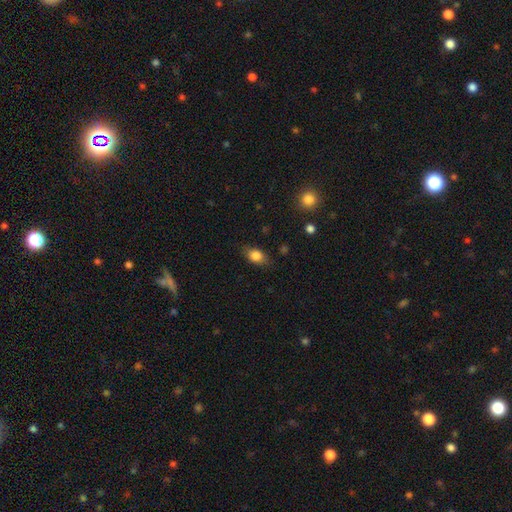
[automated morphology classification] This is clearly a smooth galaxy (81%). How rounded: likely in between (77%). Merging: likely none (77%).